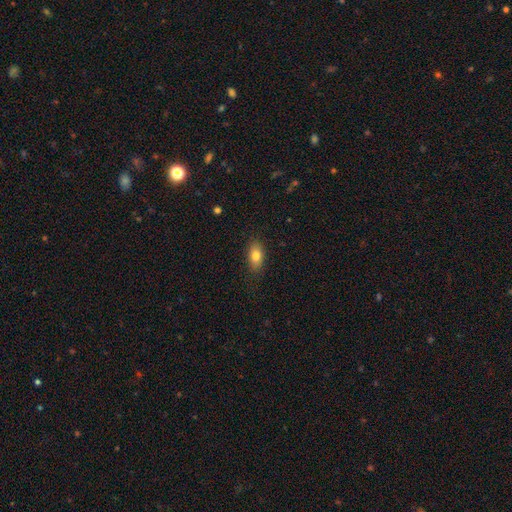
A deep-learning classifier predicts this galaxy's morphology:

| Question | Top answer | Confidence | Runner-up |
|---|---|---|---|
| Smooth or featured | smooth | 79% | featured or disk (12%) |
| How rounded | in between | 87% | round (8%) |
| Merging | none | 85% | minor disturbance (11%) |